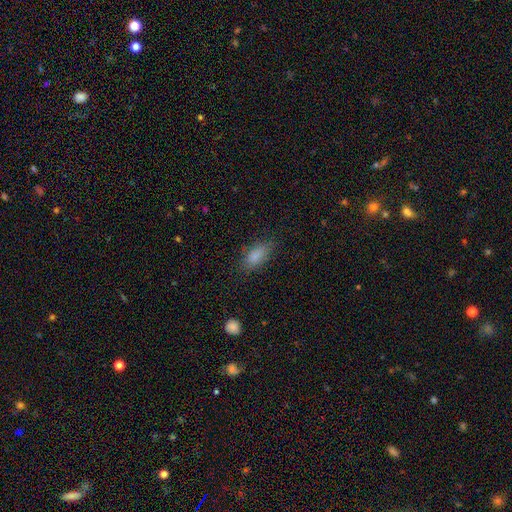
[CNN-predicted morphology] smooth 86%, star or artifact 8%, featured or disk 6%. Down the decision tree: how rounded — in between (87%); merging — none (78%).